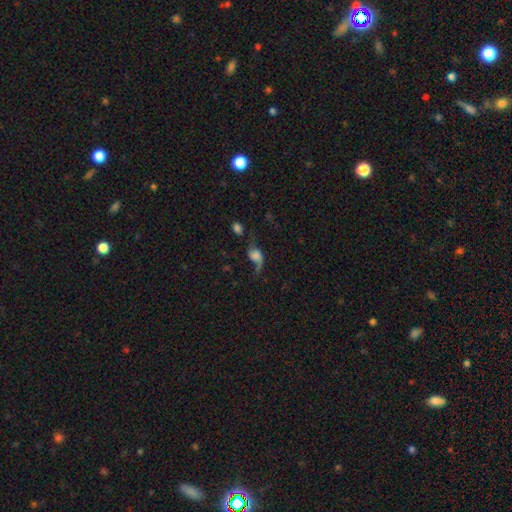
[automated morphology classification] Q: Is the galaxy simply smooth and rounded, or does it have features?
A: featured or disk — 54%.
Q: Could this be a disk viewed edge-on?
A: no — 93%.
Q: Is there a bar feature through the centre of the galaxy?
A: no — 70%.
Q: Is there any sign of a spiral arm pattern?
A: yes — 83%.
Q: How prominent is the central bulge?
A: none — 30%.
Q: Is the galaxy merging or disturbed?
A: none — 36%.